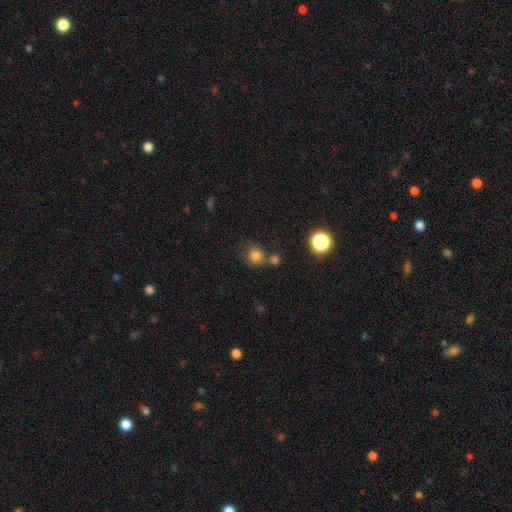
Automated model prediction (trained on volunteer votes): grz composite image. It shows a smooth galaxy with no disk features (80%) that is round (85%). Merging: none (55%).